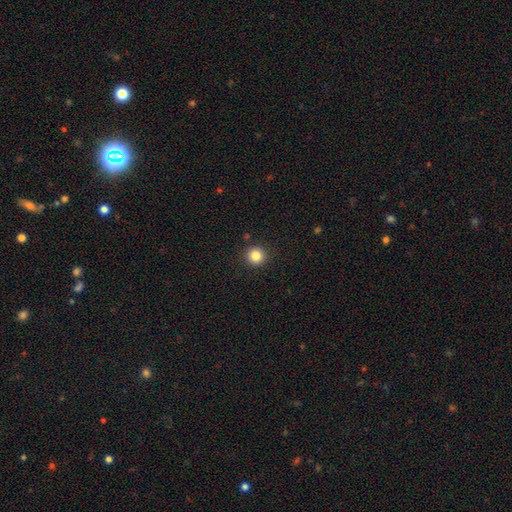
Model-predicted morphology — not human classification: A smooth galaxy with no disk features (83%) that is round (94%). Merging: none (91%).